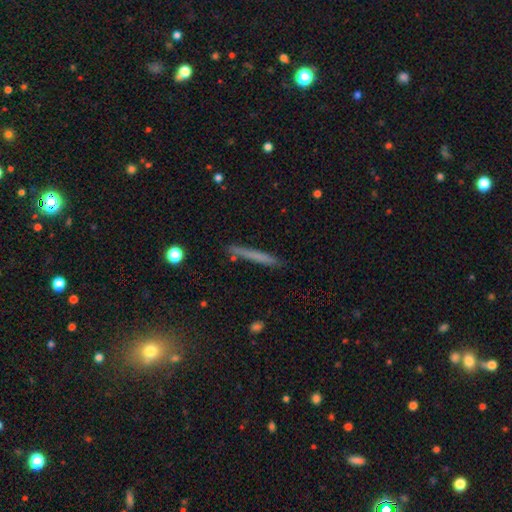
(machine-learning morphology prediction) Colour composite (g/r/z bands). It shows a smooth galaxy with no disk features (62%) that is cigar-shaped (96%). Merging: none (87%).